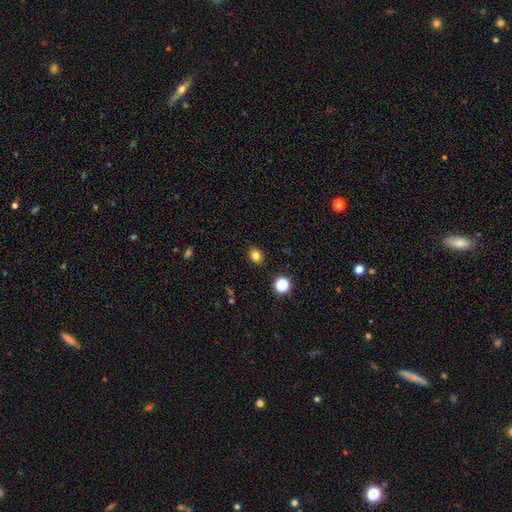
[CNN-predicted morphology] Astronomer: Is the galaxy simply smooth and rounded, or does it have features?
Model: smooth — 80%.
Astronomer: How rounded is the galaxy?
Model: in between — 50% (runner-up: round, 49%).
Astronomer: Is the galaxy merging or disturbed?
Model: none — 88%.